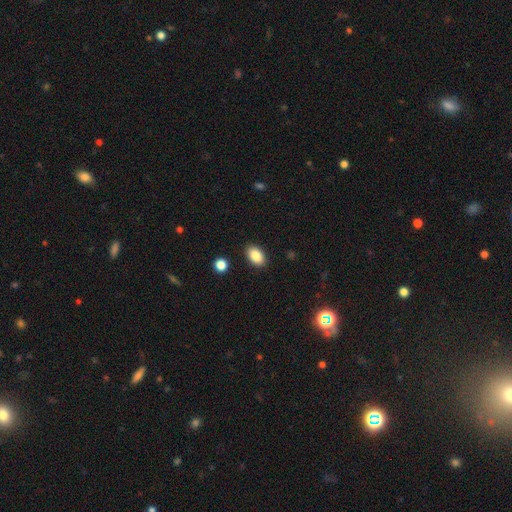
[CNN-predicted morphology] Q: Smooth or featured?
A: smooth (87%); runner-up: star or artifact (8%)
Q: How rounded?
A: in between (90%); runner-up: round (9%)
Q: Merging?
A: none (88%); runner-up: minor disturbance (8%)